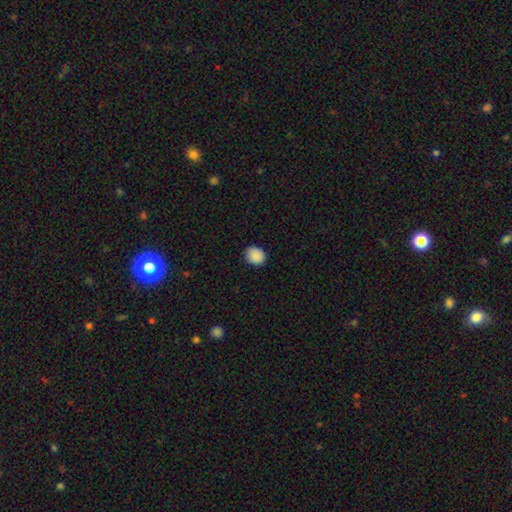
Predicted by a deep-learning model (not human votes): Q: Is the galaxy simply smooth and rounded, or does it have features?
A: smooth — 89%.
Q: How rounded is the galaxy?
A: round — 70%.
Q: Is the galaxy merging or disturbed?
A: none — 88%.